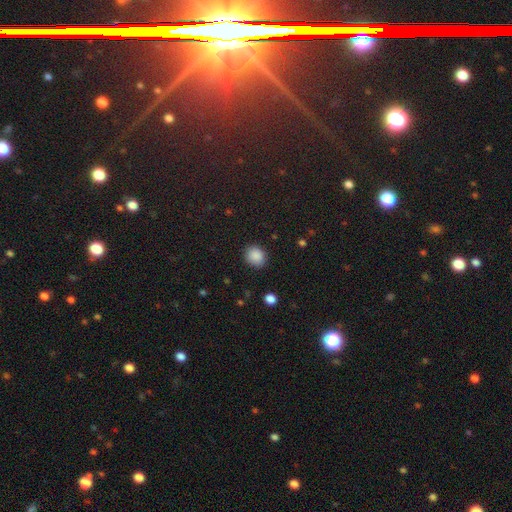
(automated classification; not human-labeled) Morphology: type=smooth (88%); roundness=round (77%); merging=none (87%).